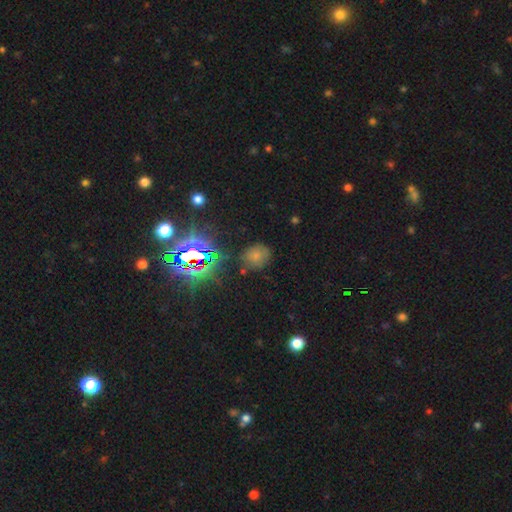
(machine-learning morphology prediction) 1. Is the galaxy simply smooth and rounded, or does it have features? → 61% smooth, 28% star or artifact, 11% featured or disk.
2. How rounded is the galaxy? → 61% round, 37% in between, 1% cigar-shaped.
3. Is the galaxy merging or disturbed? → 69% none, 20% minor disturbance, 7% major disturbance, 4% merger.